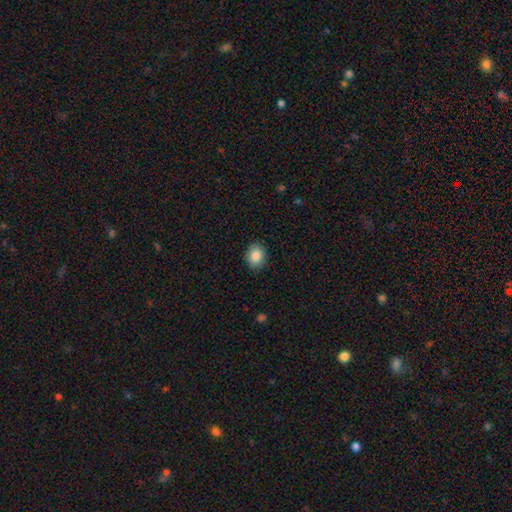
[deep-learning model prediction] Smooth or featured?
  - smooth: 86% *
  - star or artifact: 8%
  - featured or disk: 6%
How rounded?
  - in between: 53% *
  - round: 46%
  - cigar-shaped: 1%
Merging?
  - none: 88% *
  - minor disturbance: 9%
  - major disturbance: 2%
  - merger: 1%